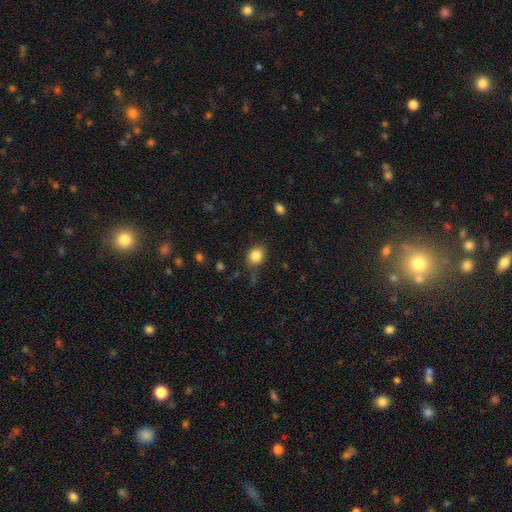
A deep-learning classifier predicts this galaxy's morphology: smooth 85%, star or artifact 10%, featured or disk 5%. Down the decision tree: how rounded — round (61%); merging — none (78%).